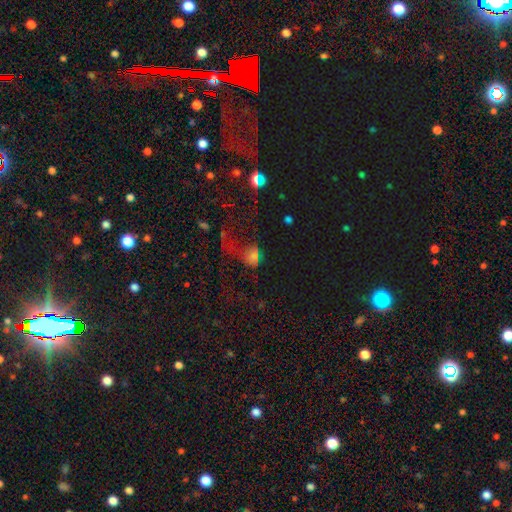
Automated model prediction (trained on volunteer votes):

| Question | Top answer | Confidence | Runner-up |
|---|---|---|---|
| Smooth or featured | smooth | 49% | star or artifact (36%) |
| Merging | major disturbance | 39% | none (32%) |